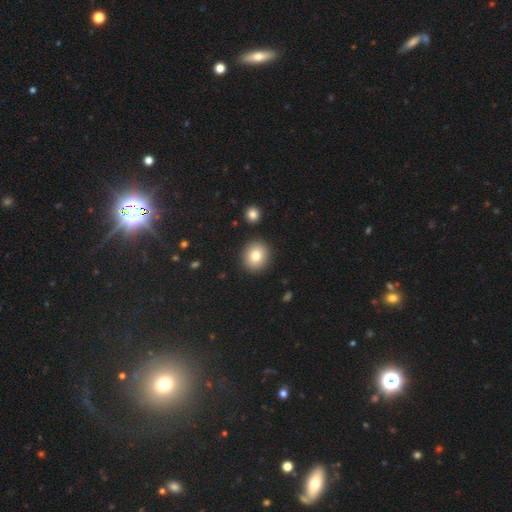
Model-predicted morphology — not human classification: A smooth galaxy with no disk features (80%) that is round (83%). Merging: none (89%).